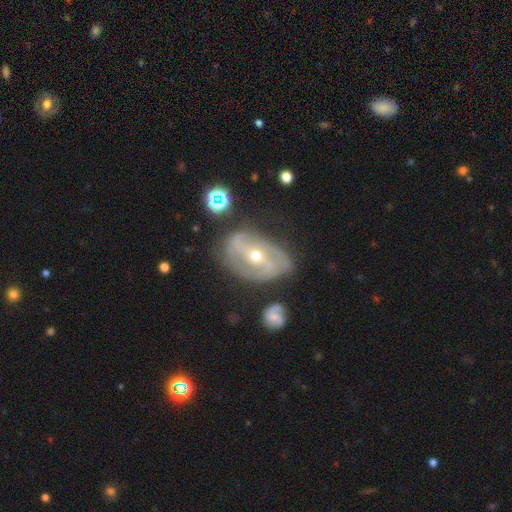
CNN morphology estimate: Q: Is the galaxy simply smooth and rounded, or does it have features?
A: featured or disk — 82%.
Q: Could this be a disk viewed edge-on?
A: no — 94%.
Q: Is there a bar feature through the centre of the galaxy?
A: strong — 40%.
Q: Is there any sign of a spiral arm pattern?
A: yes — 84%.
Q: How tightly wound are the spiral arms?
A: medium — 40%.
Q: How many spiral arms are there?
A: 2 — 63%.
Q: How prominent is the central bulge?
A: moderate — 53%.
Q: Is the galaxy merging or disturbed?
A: none — 64%.